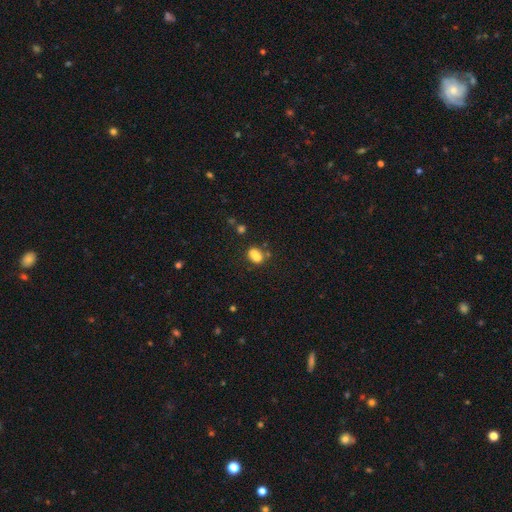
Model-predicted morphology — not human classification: This appears to be a smooth galaxy with no disk features (77%) that is in between round and cigar-shaped (70%). Merging: none (47%).